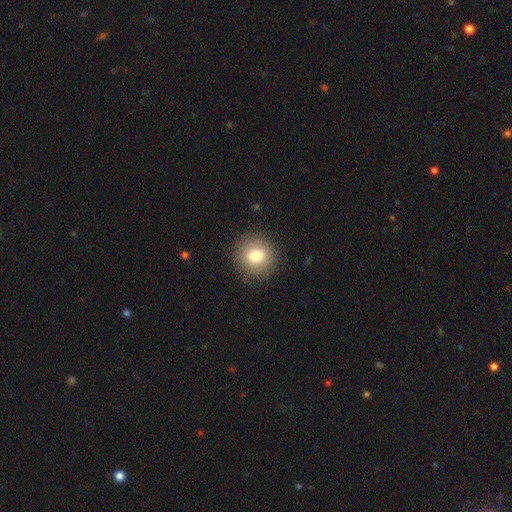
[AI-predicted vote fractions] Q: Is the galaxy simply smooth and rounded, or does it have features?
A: smooth — 79%.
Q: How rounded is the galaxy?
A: round — 91%.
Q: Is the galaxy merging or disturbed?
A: none — 90%.